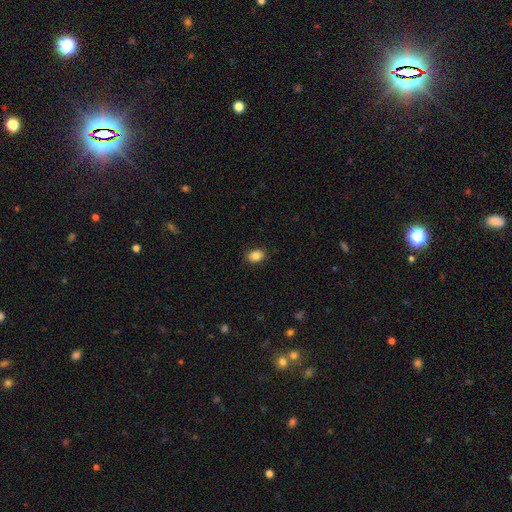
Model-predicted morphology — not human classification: This appears to be a smooth galaxy with no disk features (85%) that is in between round and cigar-shaped (76%). Merging: none (88%).